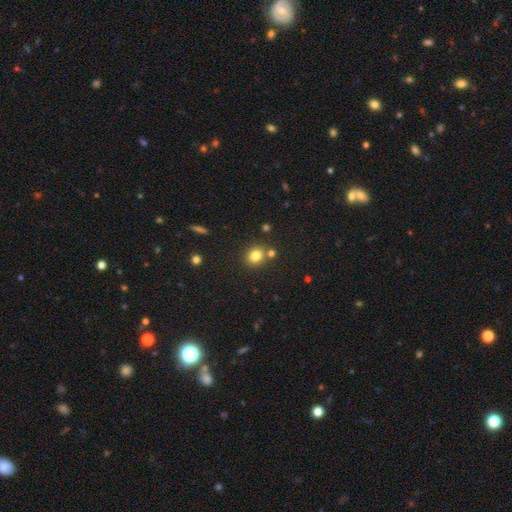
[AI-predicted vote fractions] This appears to be a smooth galaxy with no disk features (79%) that is round (80%). Merging: none (74%).